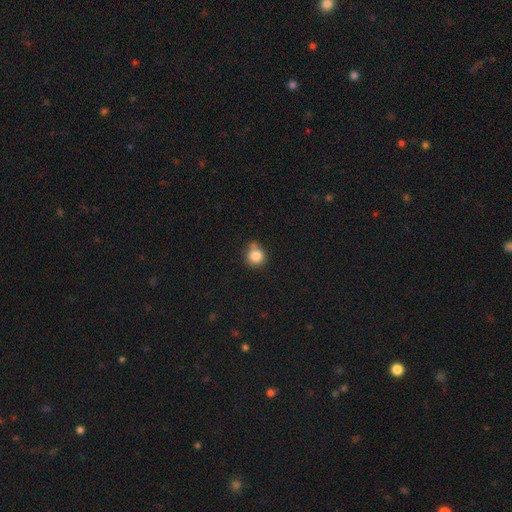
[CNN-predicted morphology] A smooth galaxy with no disk features (85%) that is round (91%).

Vote fractions:
- Smooth or featured? smooth: 85% / star or artifact: 10% / featured or disk: 5%
- How rounded? round: 91% / in between: 8% / cigar-shaped: 1%
- Merging? none: 62% / minor disturbance: 20% / merger: 14% / major disturbance: 5%